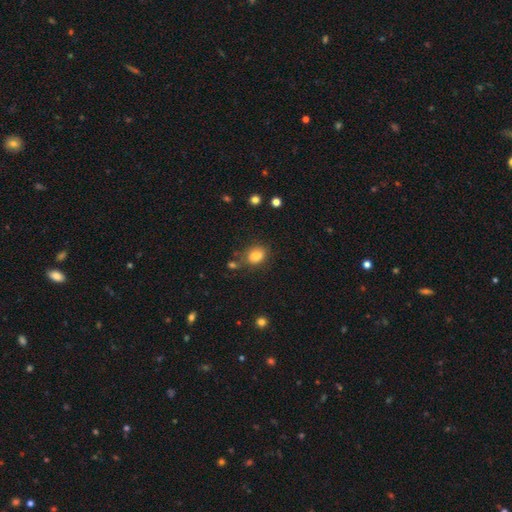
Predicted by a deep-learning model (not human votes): Smooth or featured? Predicted: smooth (p=0.84). How rounded? Predicted: in between (p=0.58). Merging? Predicted: none (p=0.67).